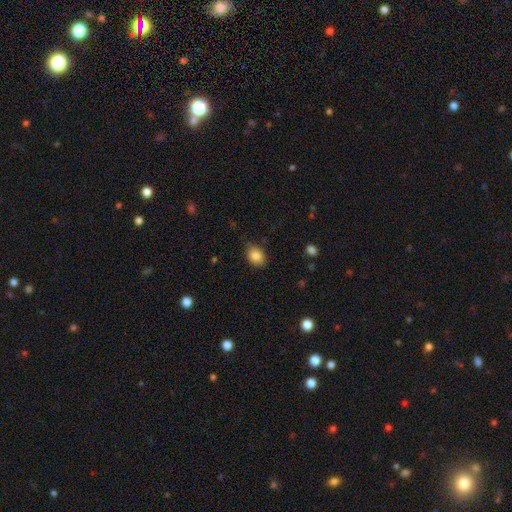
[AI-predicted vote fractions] Q: Smooth or featured?
A: smooth (85%); runner-up: star or artifact (8%)
Q: How rounded?
A: in between (69%); runner-up: round (30%)
Q: Merging?
A: none (81%); runner-up: minor disturbance (15%)